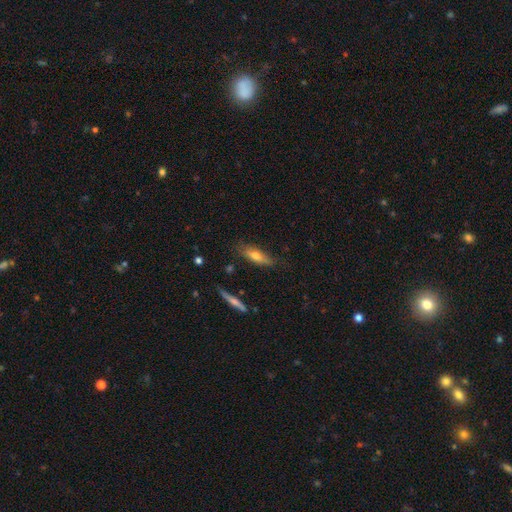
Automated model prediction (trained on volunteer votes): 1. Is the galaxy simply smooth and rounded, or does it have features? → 60% smooth, 33% featured or disk, 7% star or artifact.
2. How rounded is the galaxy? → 54% cigar-shaped, 44% in between, 2% round.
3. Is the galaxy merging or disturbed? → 73% none, 20% minor disturbance, 4% major disturbance, 2% merger.